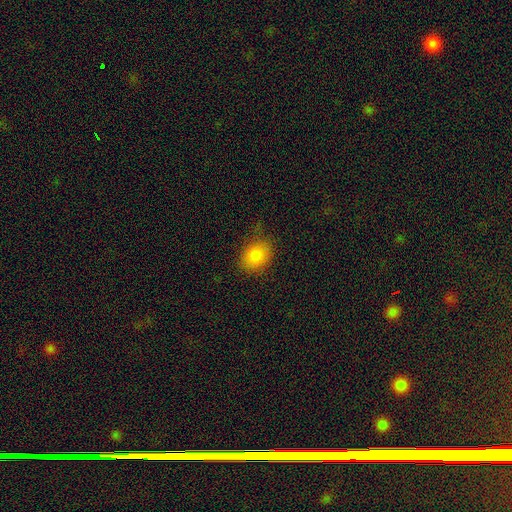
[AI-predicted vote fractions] smooth 85%, star or artifact 9%, featured or disk 5%. Down the decision tree: how rounded — in between (60%); merging — none (77%).